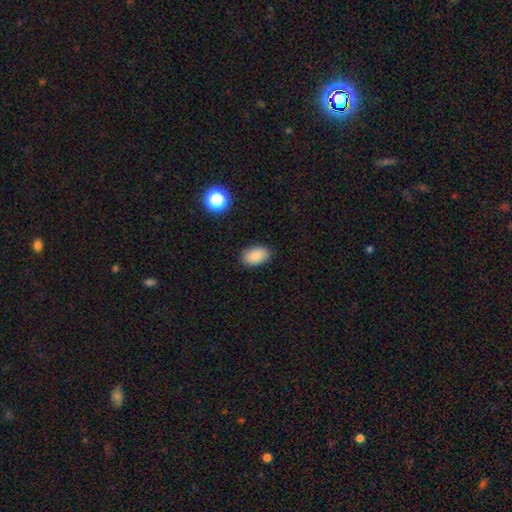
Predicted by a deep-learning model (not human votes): A smooth galaxy with no disk features (88%) that is in between round and cigar-shaped (91%).

Vote fractions:
- Smooth or featured? smooth: 88% / star or artifact: 9% / featured or disk: 4%
- How rounded? in between: 91% / round: 8% / cigar-shaped: 1%
- Merging? none: 88% / minor disturbance: 9% / major disturbance: 2% / merger: 1%